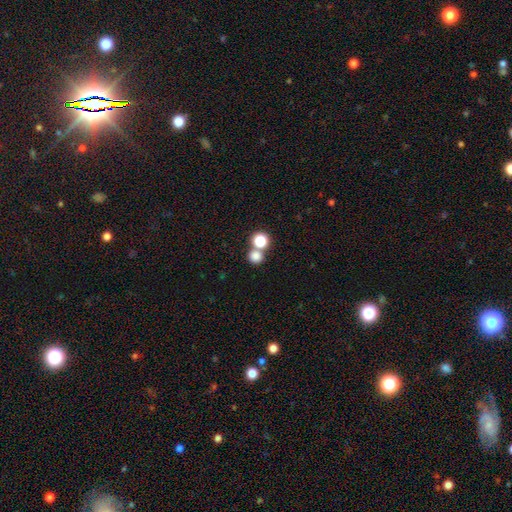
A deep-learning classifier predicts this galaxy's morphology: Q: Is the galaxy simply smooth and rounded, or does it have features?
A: smooth — 78%.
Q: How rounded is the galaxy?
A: round — 87%.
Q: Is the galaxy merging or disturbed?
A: none — 56%.